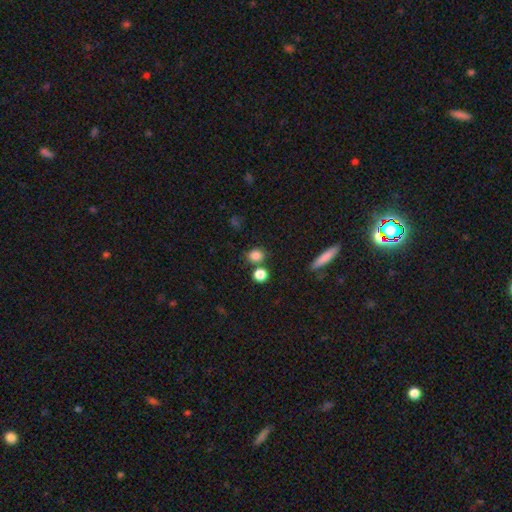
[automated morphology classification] Smooth or featured: smooth — 83% (star or artifact — 12%)
How rounded: round — 71% (in between — 27%)
Merging: none — 71% (merger — 17%)